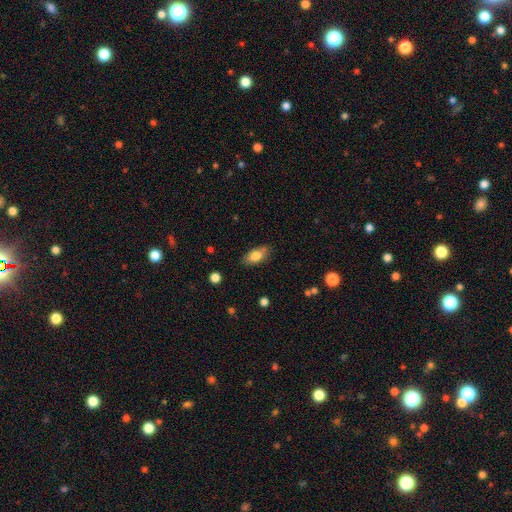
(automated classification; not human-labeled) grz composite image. It shows a smooth galaxy with no disk features (79%) that is in between round and cigar-shaped (87%). Merging: none (80%).